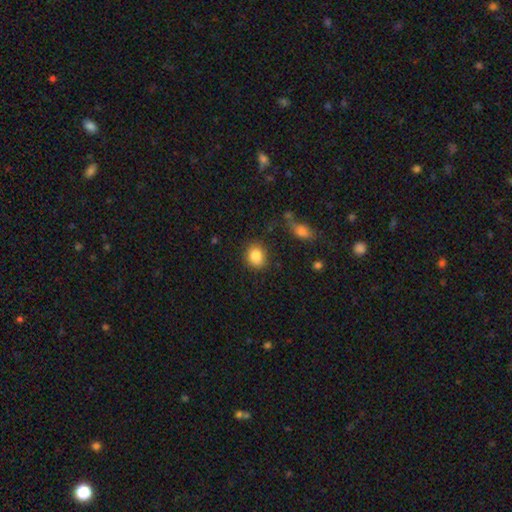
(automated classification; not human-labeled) Morphology: type=smooth (86%); roundness=round (65%); merging=none (81%).